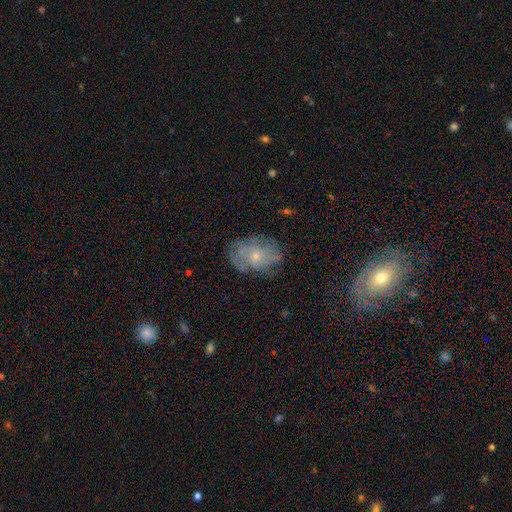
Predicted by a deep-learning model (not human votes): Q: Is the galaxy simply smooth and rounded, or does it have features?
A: featured or disk — 59%.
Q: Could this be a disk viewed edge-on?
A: no — 96%.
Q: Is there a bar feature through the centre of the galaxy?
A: no — 83%.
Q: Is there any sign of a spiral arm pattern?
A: yes — 69%.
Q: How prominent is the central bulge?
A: small — 69%.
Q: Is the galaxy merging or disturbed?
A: none — 68%.